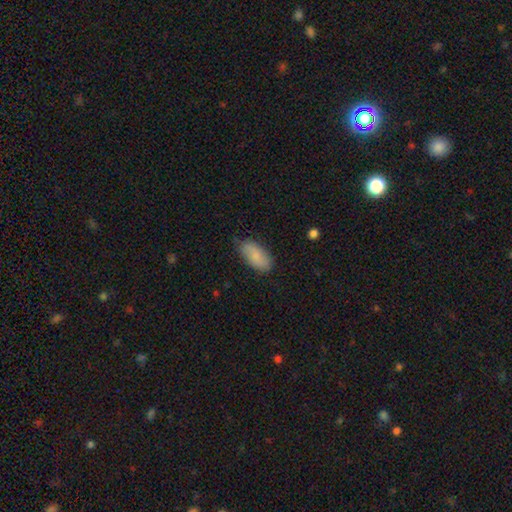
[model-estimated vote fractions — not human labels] This appears to be a smooth galaxy with no disk features (85%) that is in between round and cigar-shaped (91%). Merging: none (77%).